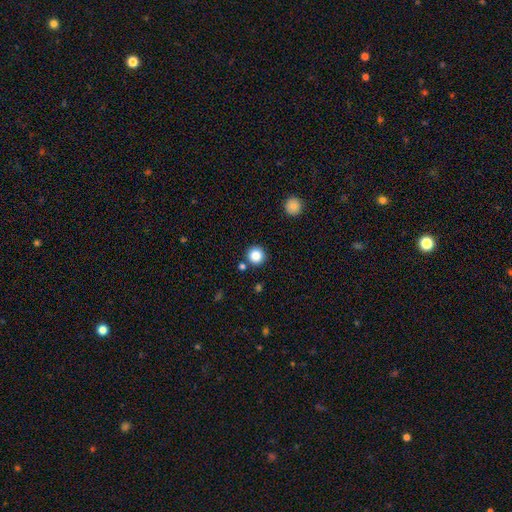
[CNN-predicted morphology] Q: Smooth or featured?
A: smooth (85%); runner-up: star or artifact (11%)
Q: How rounded?
A: round (95%); runner-up: in between (4%)
Q: Merging?
A: none (86%); runner-up: minor disturbance (6%)